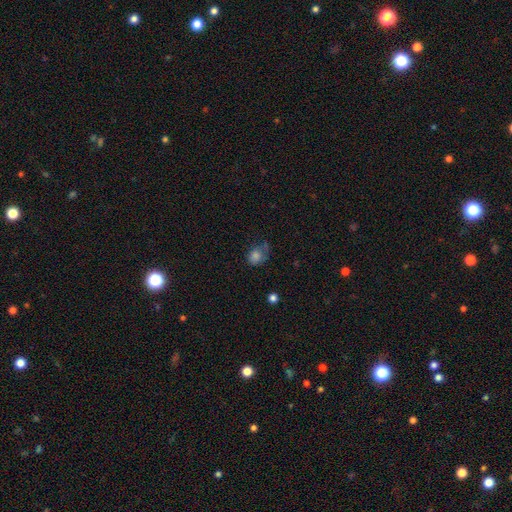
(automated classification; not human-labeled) This appears to be a smooth galaxy with no disk features (78%) that is round (52%). Merging: none (40%).